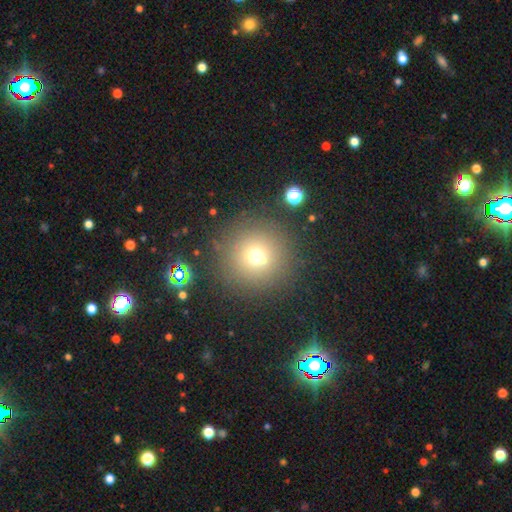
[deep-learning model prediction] Smooth or featured? smooth (66%)
How rounded? round (95%)
Merging? none (79%)